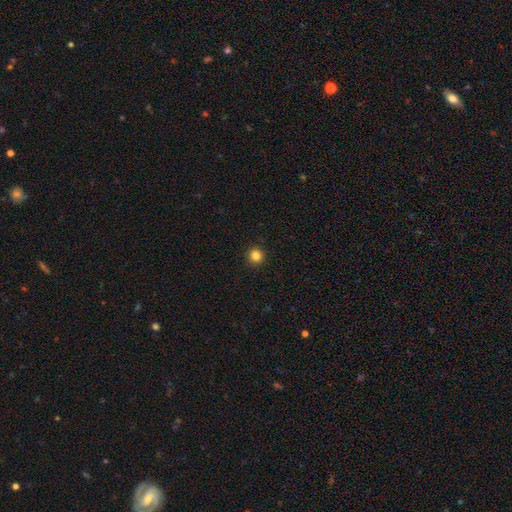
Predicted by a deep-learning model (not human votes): smooth_or_featured: smooth (p=0.84) [alt: star or artifact p=0.12]
how_rounded: round (p=0.95) [alt: in between p=0.04]
merging: none (p=0.93) [alt: minor disturbance p=0.04]